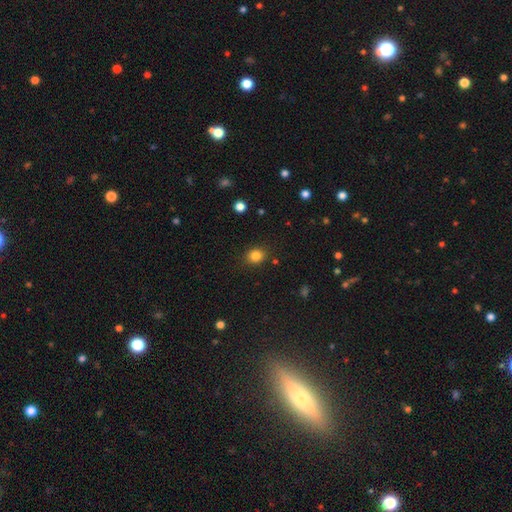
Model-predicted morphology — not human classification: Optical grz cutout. It shows a smooth galaxy with no disk features (83%) that is round (68%). Merging: none (87%).